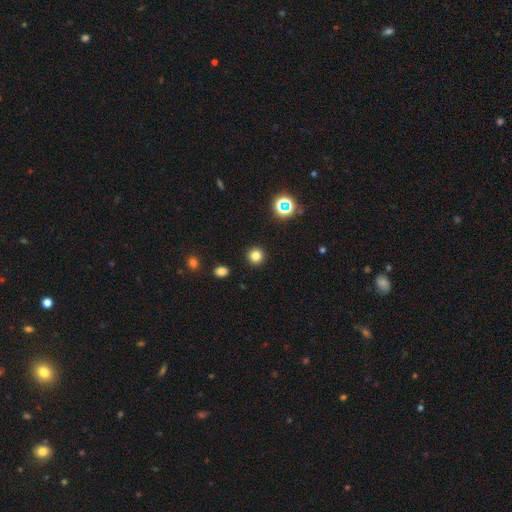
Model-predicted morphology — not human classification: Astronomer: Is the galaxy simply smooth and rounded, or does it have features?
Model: smooth — 80%.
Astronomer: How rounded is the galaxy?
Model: round — 94%.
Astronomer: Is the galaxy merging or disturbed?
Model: none — 92%.